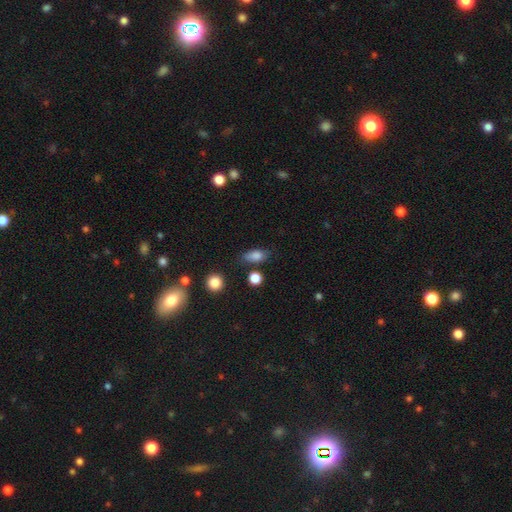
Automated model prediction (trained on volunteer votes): smooth_or_featured: smooth (p=0.82) [alt: star or artifact p=0.10]
how_rounded: in between (p=0.78) [alt: round p=0.13]
merging: none (p=0.70) [alt: minor disturbance p=0.19]